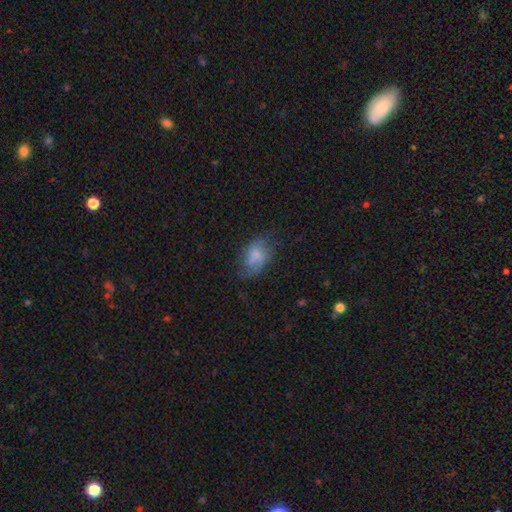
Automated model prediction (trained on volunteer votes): A smooth galaxy with no disk features (60%) that is in between round and cigar-shaped (84%).

Vote fractions:
- Smooth or featured? smooth: 60% / featured or disk: 30% / star or artifact: 10%
- How rounded? in between: 84% / round: 14% / cigar-shaped: 2%
- Merging? none: 47% / minor disturbance: 30% / major disturbance: 20% / merger: 3%